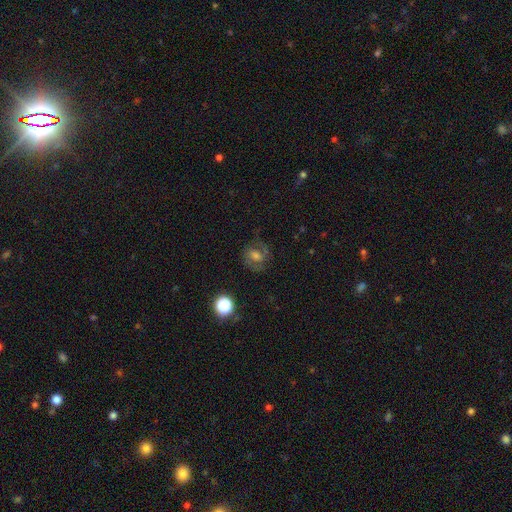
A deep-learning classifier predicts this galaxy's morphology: Overall: featured or disk (57%; smooth 28%). Edge-on disk: no (97%). Bar: weak (44%; no 41%). Spiral arms: yes (85%). Bulge size: moderate (51%; small 25%). Merging: none (73%).